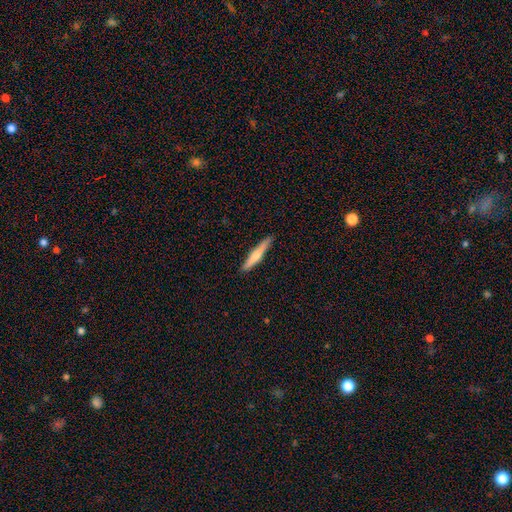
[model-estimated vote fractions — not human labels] Smooth or featured?
  - smooth: 56% *
  - featured or disk: 38%
  - star or artifact: 5%
How rounded?
  - cigar-shaped: 93% *
  - in between: 5%
  - round: 1%
Merging?
  - none: 90% *
  - minor disturbance: 8%
  - major disturbance: 1%
  - merger: 1%